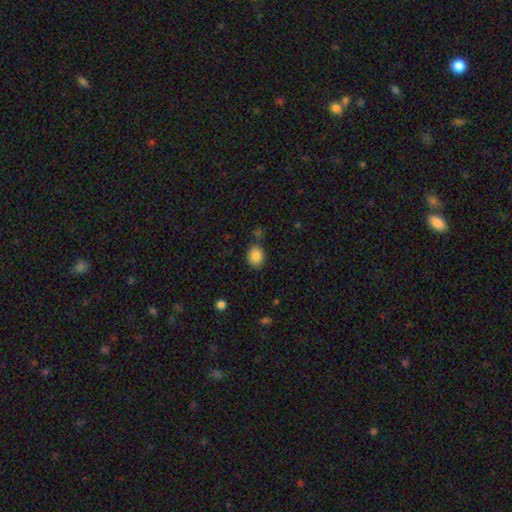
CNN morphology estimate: The model was most divided on "how rounded": in between: 51%, round: 48%, cigar-shaped: 1%. More confident: smooth or featured — smooth (86%); merging — none (79%).